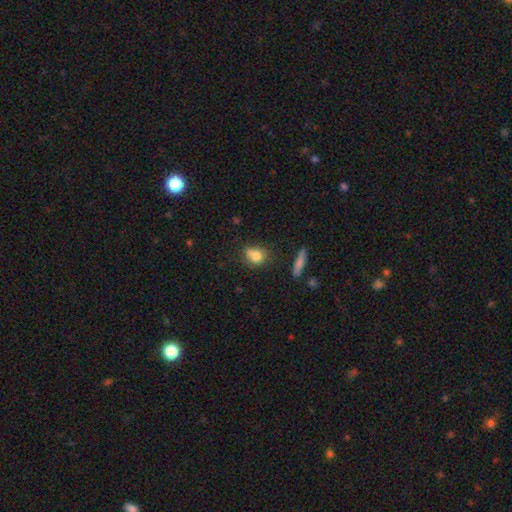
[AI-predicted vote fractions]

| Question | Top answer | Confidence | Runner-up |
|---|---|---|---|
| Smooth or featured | smooth | 79% | featured or disk (11%) |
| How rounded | round | 57% | in between (40%) |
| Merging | none | 54% | minor disturbance (22%) |